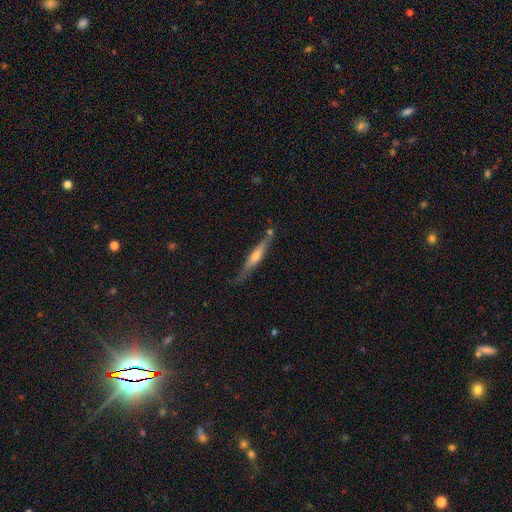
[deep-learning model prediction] This appears to be a featured or disk galaxy (61%) viewed edge-on (93%) with a rounded central bulge (68%). Merging: none (73%).